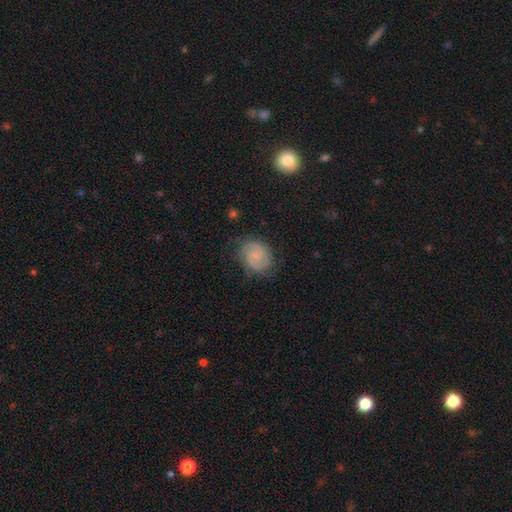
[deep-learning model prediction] featured or disk 56%, smooth 36%, star or artifact 8%. Down the decision tree: edge-on disk — no (98%); bar — no (59%); spiral arms — yes (90%); bulge size — small (61%); merging — none (73%).